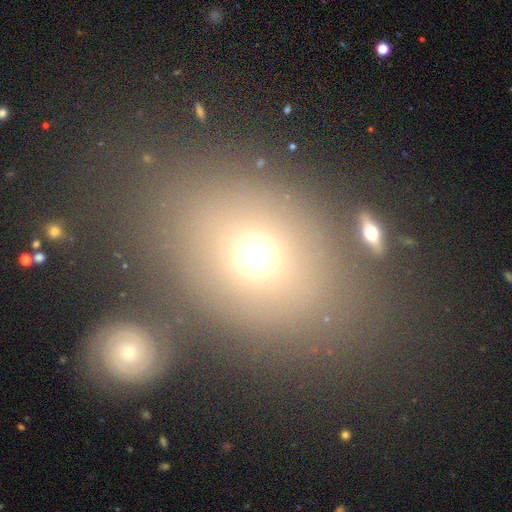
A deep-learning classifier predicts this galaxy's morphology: smooth-or-featured: smooth: 70% | star or artifact: 17% | featured or disk: 14%
  how-rounded: in between: 57% | round: 42% | cigar-shaped: 2%
  merging: none: 68% | minor disturbance: 13% | merger: 12% | major disturbance: 8%